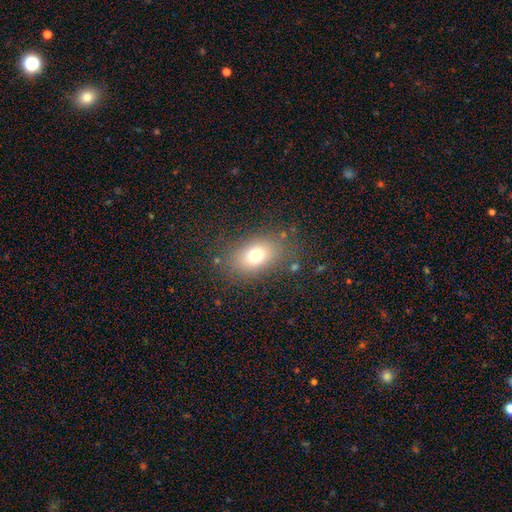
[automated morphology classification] This is likely a smooth galaxy (73%). How rounded: likely in between (76%). Merging: likely none (80%).